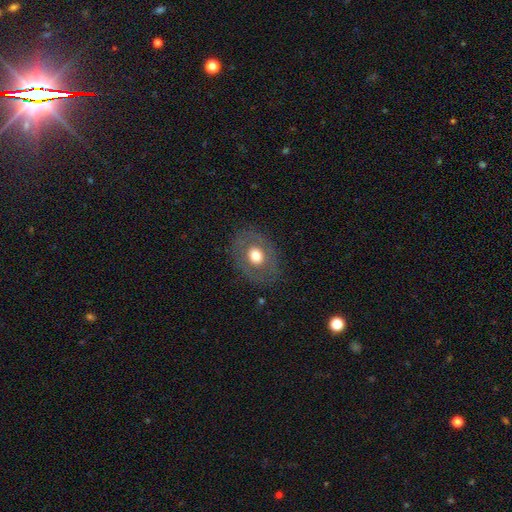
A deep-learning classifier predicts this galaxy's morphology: Q: Smooth or featured?
A: smooth (57%); runner-up: featured or disk (35%)
Q: How rounded?
A: in between (59%); runner-up: round (40%)
Q: Merging?
A: none (80%); runner-up: minor disturbance (12%)